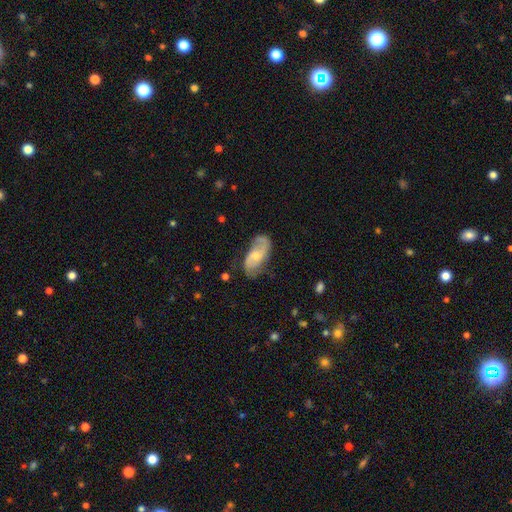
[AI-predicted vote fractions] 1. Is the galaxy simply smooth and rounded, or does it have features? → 68% featured or disk, 26% smooth, 6% star or artifact.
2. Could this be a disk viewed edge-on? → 94% no, 6% yes.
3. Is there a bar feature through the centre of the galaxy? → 49% no, 41% weak, 10% strong.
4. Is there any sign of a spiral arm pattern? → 89% yes, 11% no.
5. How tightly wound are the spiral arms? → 45% loose, 39% medium, 16% tight.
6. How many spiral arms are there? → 81% 2, 9% can't tell, 7% 1, 1% 3, 1% 4, 1% more than 4.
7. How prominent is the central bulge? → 47% small, 44% moderate, 5% none, 3% large, 1% dominant.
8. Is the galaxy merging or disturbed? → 63% none, 24% minor disturbance, 11% major disturbance, 2% merger.